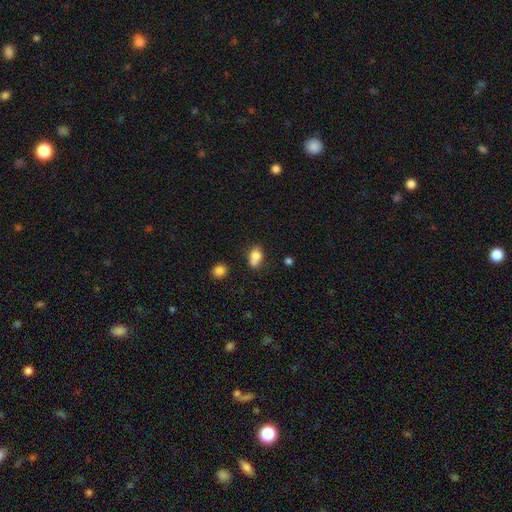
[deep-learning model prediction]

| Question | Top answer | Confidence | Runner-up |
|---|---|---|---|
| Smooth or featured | smooth | 76% | featured or disk (13%) |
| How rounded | in between | 62% | round (37%) |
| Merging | merger | 39% | none (37%) |